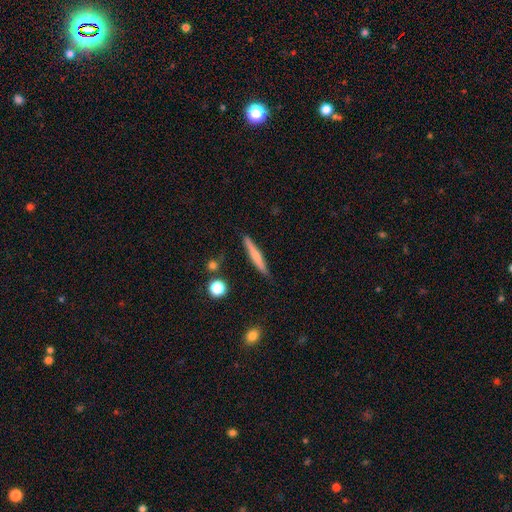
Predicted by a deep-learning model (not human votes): Smooth or featured: smooth — 58% (featured or disk — 35%)
How rounded: cigar-shaped — 94% (in between — 4%)
Merging: none — 87% (minor disturbance — 9%)